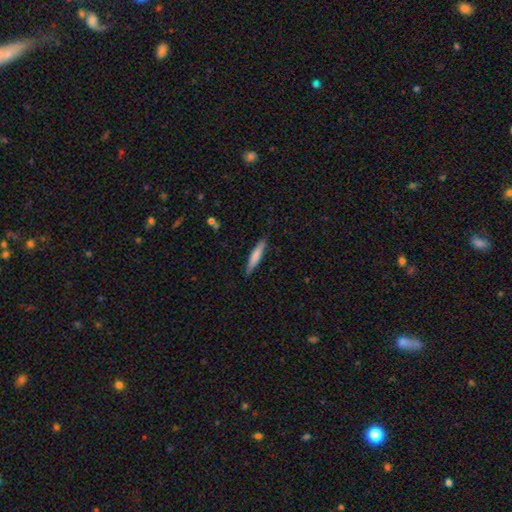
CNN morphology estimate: This is likely a smooth galaxy (73%). How rounded: clearly cigar-shaped (90%). Merging: clearly none (87%).